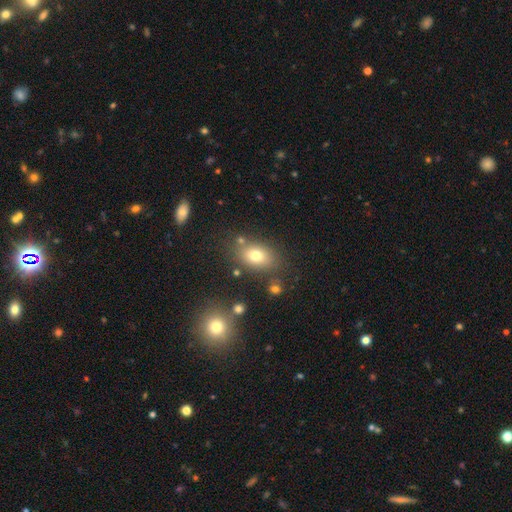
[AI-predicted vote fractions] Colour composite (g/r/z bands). It shows a smooth galaxy with no disk features (75%) that is in between round and cigar-shaped (74%). Merging: none (74%).